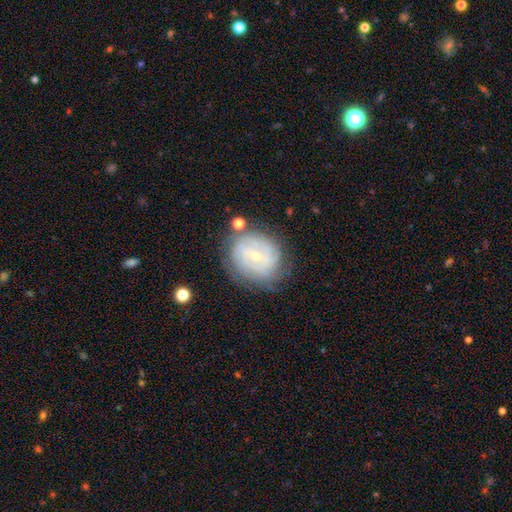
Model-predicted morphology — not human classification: The model was most divided on "bar": no: 47%, weak: 43%, strong: 10%. More confident: edge-on disk — no (97%); spiral arms — yes (84%); bulge size — small (75%); smooth or featured — featured or disk (71%); merging — none (70%); spiral winding — tight (70%); spiral arm count — can't tell (52%).